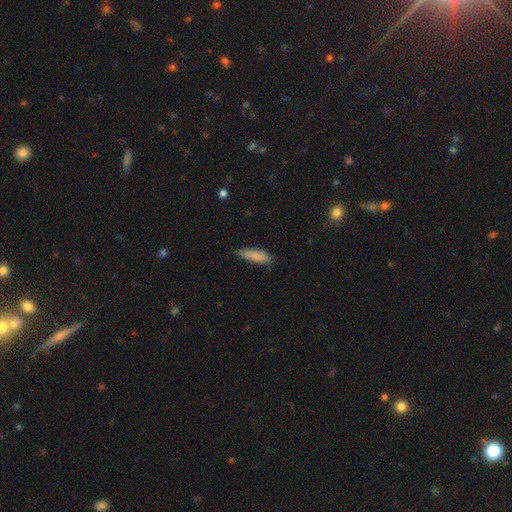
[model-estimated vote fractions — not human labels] This is clearly a smooth galaxy (86%). How rounded: likely cigar-shaped (63%). Merging: likely none (77%).